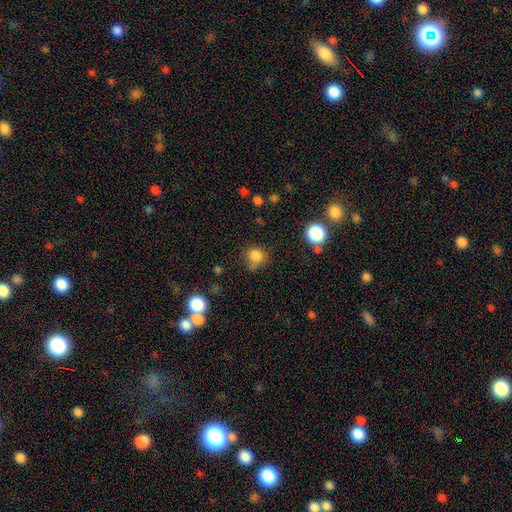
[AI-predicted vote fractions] smooth-or-featured: smooth: 80% | star or artifact: 13% | featured or disk: 7%
  how-rounded: round: 75% | in between: 24% | cigar-shaped: 1%
  merging: none: 57% | minor disturbance: 23% | merger: 12% | major disturbance: 9%